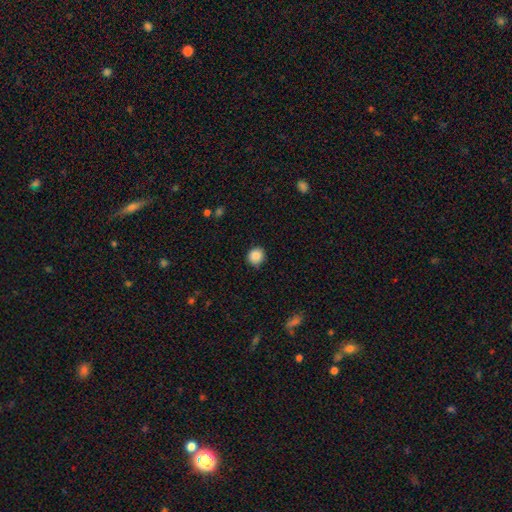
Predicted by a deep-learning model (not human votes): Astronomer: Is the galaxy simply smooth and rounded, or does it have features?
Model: smooth — 86%.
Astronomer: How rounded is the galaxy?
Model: round — 88%.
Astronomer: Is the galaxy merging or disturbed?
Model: none — 87%.